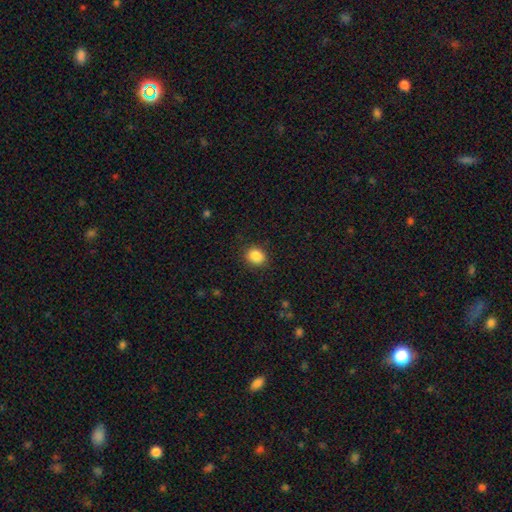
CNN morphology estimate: This is clearly a smooth galaxy (87%). How rounded: possibly round (56%). Merging: clearly none (87%).